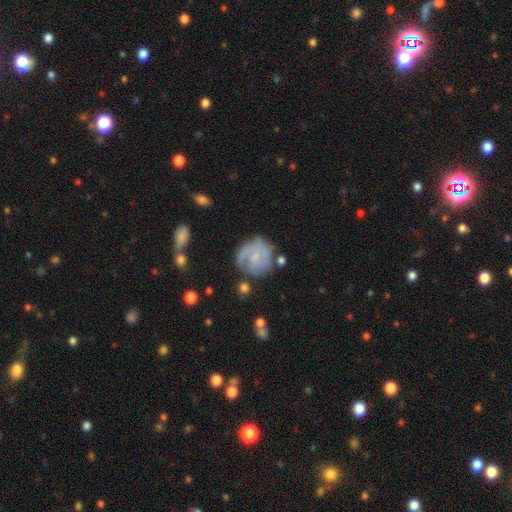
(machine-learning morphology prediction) Overall: featured or disk (67%). Edge-on disk: no (98%). Bar: no (51%; weak 42%). Spiral arms: yes (85%). Spiral arm count: 2 (32%, tied with can't tell). Spiral winding: tight (45%; medium 38%). Bulge size: small (60%). Merging: none (61%; minor disturbance 22%).